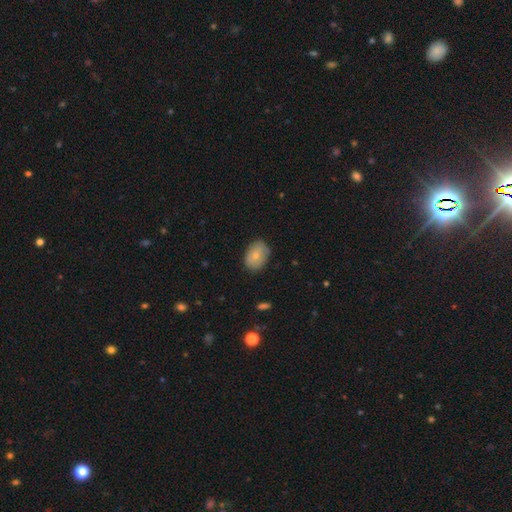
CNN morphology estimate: smooth_or_featured: smooth (p=0.77) [alt: featured or disk p=0.16]
how_rounded: in between (p=0.79) [alt: round p=0.20]
merging: none (p=0.80) [alt: minor disturbance p=0.16]